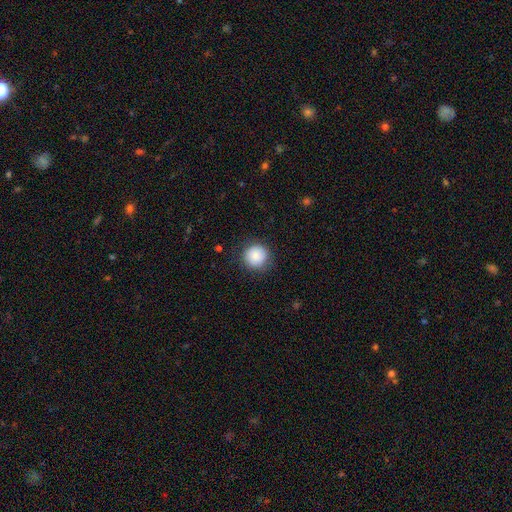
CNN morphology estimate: Smooth or featured: smooth — 84% (star or artifact — 8%)
How rounded: round — 94% (in between — 6%)
Merging: none — 84% (minor disturbance — 12%)